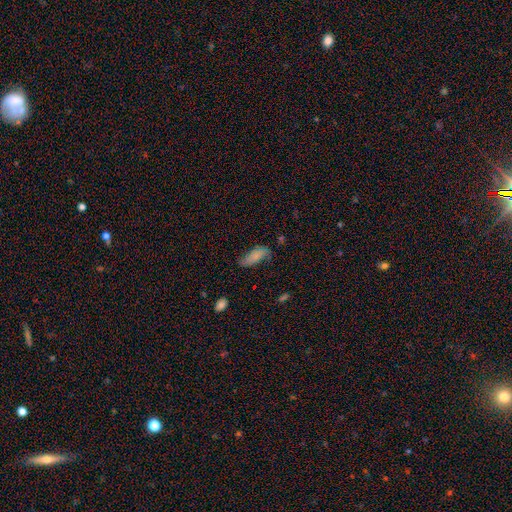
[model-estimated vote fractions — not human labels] A smooth galaxy with no disk features (67%) that is in between round and cigar-shaped (73%).

Vote fractions:
- Smooth or featured? smooth: 67% / featured or disk: 24% / star or artifact: 9%
- How rounded? in between: 73% / cigar-shaped: 24% / round: 3%
- Merging? none: 61% / minor disturbance: 27% / major disturbance: 9% / merger: 2%